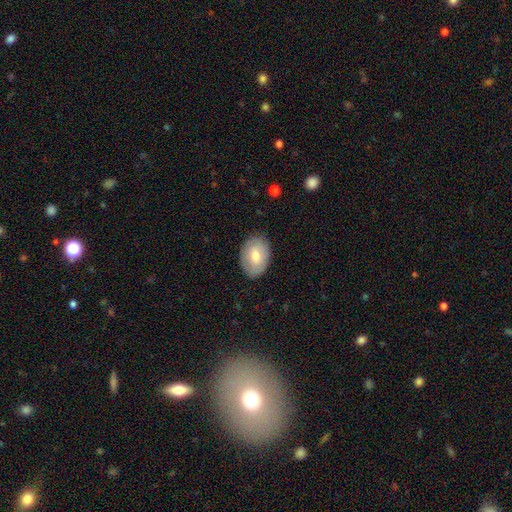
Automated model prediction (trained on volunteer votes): The model was most divided on "smooth or featured": smooth: 65%, featured or disk: 28%, star or artifact: 7%. More confident: merging — none (84%); how rounded — in between (82%).